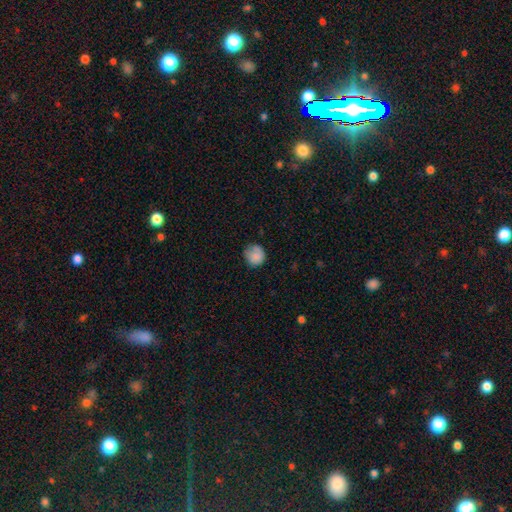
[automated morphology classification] This appears to be a smooth galaxy with no disk features (84%) that is round (88%). Merging: none (68%).